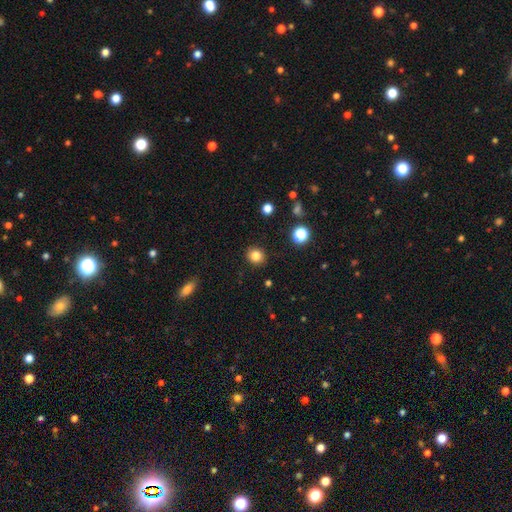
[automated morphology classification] Smooth or featured? Predicted: smooth (p=0.83). How rounded? Predicted: round (p=0.81). Merging? Predicted: none (p=0.90).